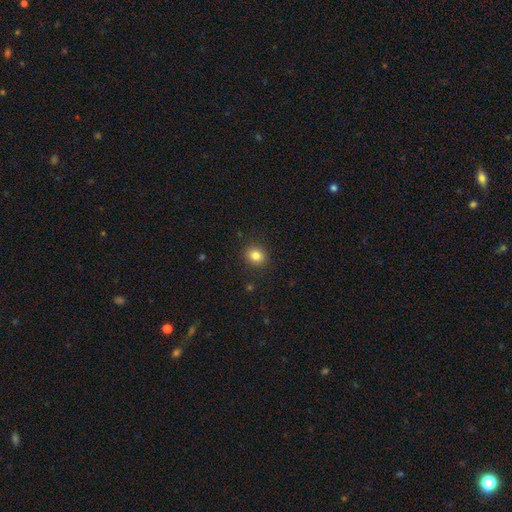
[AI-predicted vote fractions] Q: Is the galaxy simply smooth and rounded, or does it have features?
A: smooth — 83%.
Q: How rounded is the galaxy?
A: round — 72%.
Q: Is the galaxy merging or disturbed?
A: none — 90%.